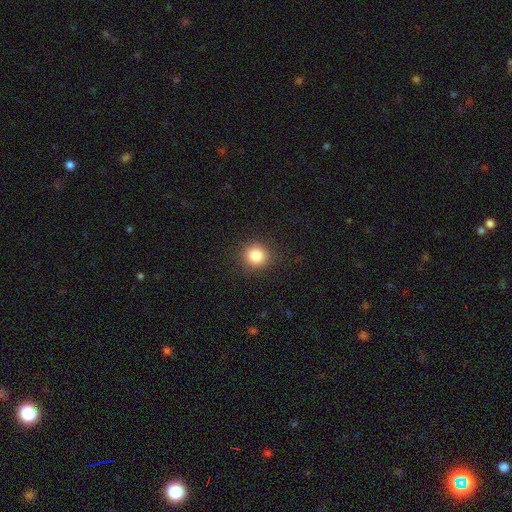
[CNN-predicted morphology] smooth-or-featured: smooth: 84% | star or artifact: 11% | featured or disk: 5%
  how-rounded: round: 89% | in between: 10% | cigar-shaped: 1%
  merging: none: 90% | minor disturbance: 7% | major disturbance: 2% | merger: 1%